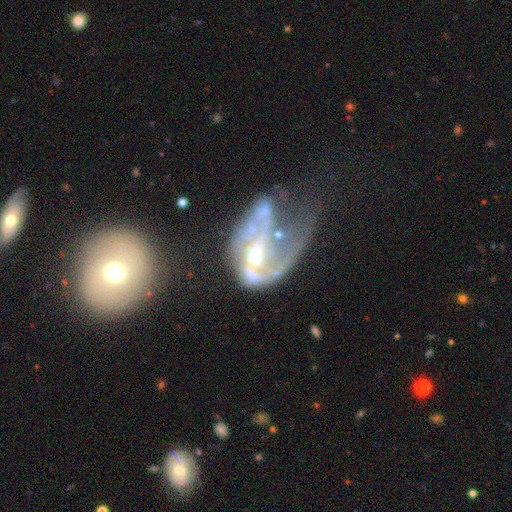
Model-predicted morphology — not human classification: This appears to be a featured or disk galaxy (75%) with no bar (62%), spiral arms (53%) and a moderate central bulge (47%). Merging: major disturbance (52%).